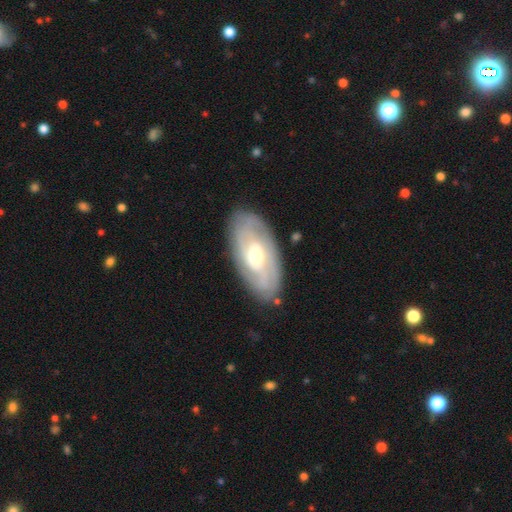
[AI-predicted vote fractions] Morphology: type=featured or disk (71%); edge-on=no (91%); bar=no (51%); spiral arms=yes (80%); winding=tight (57%); arm count=can't tell (40%); bulge=moderate (63%); merging=none (83%).